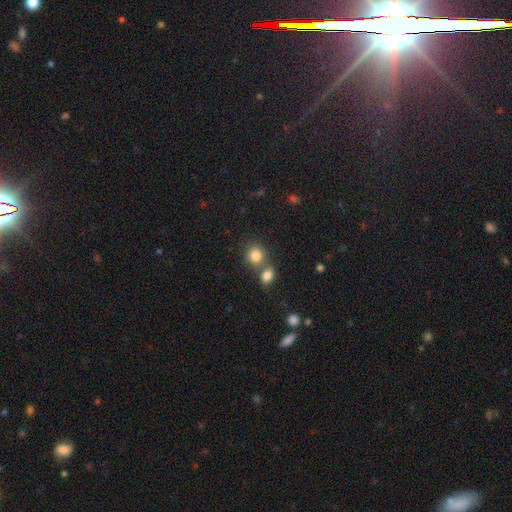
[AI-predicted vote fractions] This appears to be a smooth galaxy with no disk features (83%) that is round (78%). Merging: none (53%).